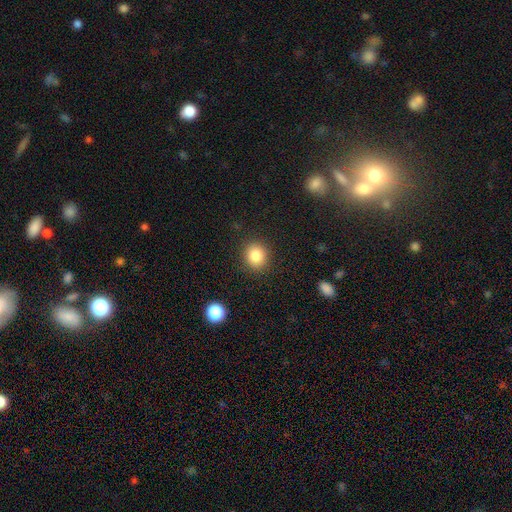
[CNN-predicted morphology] A smooth galaxy with no disk features (84%) that is round (83%). Merging: none (89%).